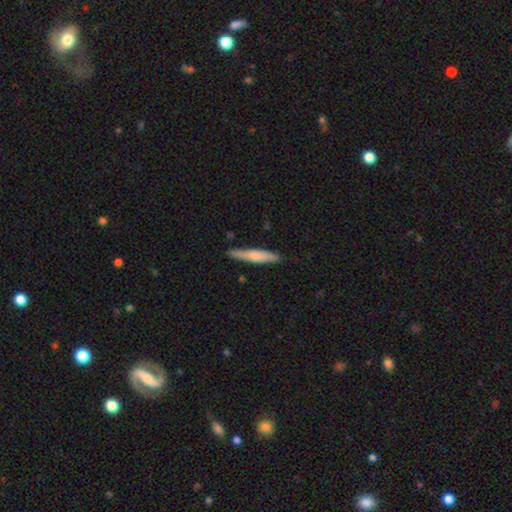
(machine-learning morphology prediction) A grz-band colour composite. It shows a smooth galaxy with no disk features (61%) that is cigar-shaped (92%). Merging: none (84%).